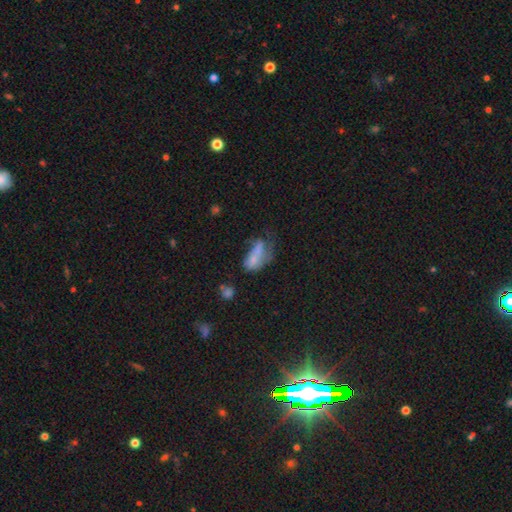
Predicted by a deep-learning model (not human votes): A smooth galaxy with no disk features (60%) that is in between round and cigar-shaped (85%).

Vote fractions:
- Smooth or featured? smooth: 60% / featured or disk: 27% / star or artifact: 13%
- How rounded? in between: 85% / cigar-shaped: 9% / round: 6%
- Merging? major disturbance: 39% / none: 22% / minor disturbance: 22% / merger: 17%